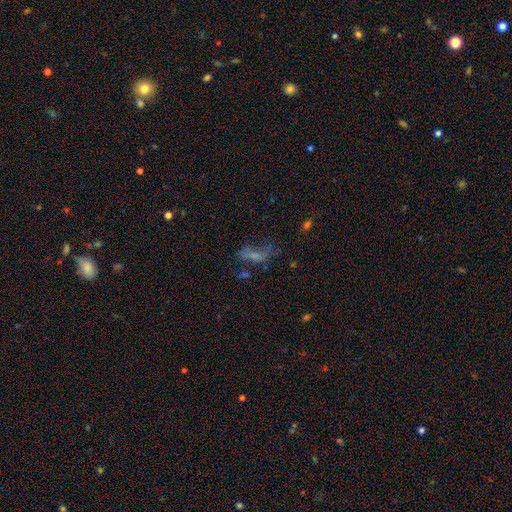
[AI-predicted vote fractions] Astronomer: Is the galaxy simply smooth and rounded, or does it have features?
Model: smooth — 42% (runner-up: featured or disk, 32%).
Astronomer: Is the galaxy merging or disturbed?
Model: none — 36% (runner-up: major disturbance, 34%).